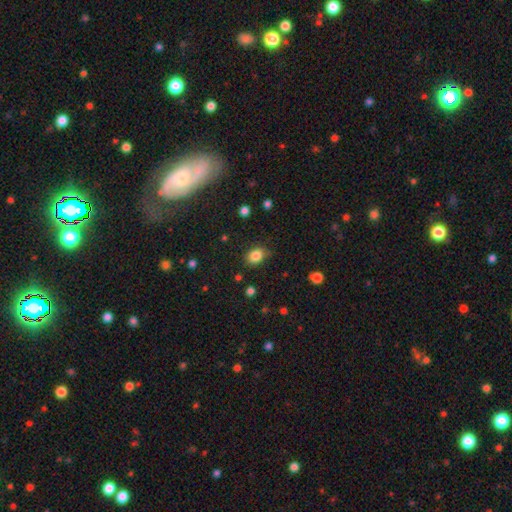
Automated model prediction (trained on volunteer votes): Smooth or featured? Predicted: smooth (p=0.84). How rounded? Predicted: in between (p=0.60). Merging? Predicted: none (p=0.78).